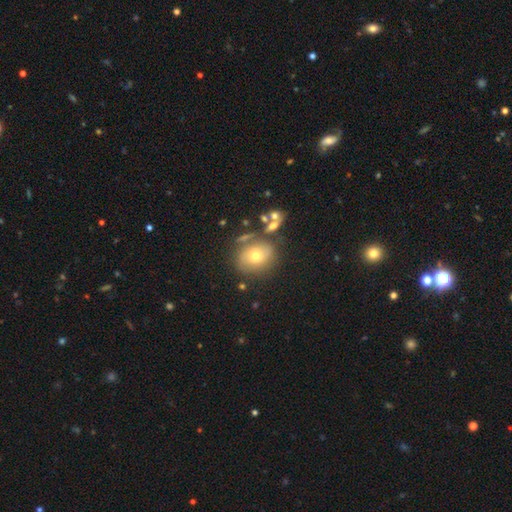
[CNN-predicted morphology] smooth-or-featured: smooth: 62% | featured or disk: 25% | star or artifact: 13%
  how-rounded: round: 67% | in between: 32% | cigar-shaped: 1%
  merging: none: 63% | minor disturbance: 17% | merger: 13% | major disturbance: 8%